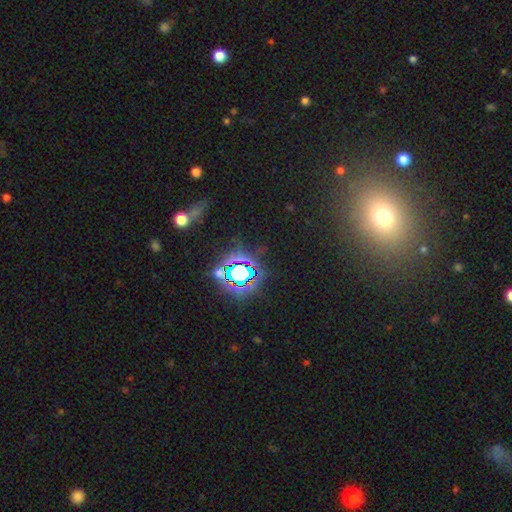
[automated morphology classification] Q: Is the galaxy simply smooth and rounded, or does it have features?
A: star or artifact — 65%.